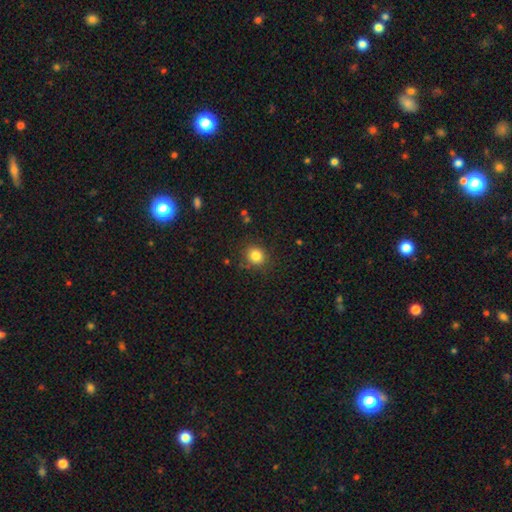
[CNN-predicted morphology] smooth 83%, star or artifact 12%, featured or disk 6%. Down the decision tree: how rounded — round (82%); merging — none (85%).